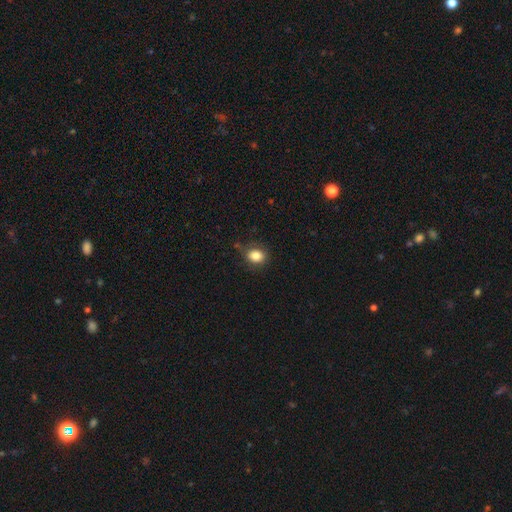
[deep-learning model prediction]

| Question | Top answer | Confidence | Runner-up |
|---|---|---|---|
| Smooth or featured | smooth | 83% | star or artifact (10%) |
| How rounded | round | 51% | in between (48%) |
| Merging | none | 77% | minor disturbance (16%) |